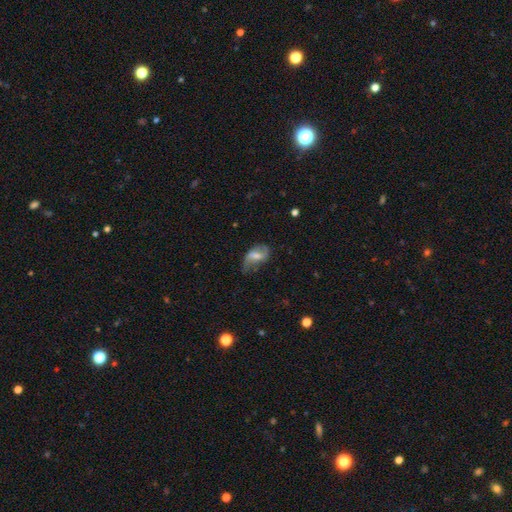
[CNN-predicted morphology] Q: Smooth or featured?
A: featured or disk (54%); runner-up: smooth (38%)
Q: Edge-on disk?
A: no (95%); runner-up: yes (5%)
Q: Bar?
A: weak (47%); runner-up: no (27%)
Q: Spiral arms?
A: yes (77%); runner-up: no (23%)
Q: Bulge size?
A: moderate (43%); runner-up: small (37%)
Q: Merging?
A: none (46%); runner-up: minor disturbance (33%)